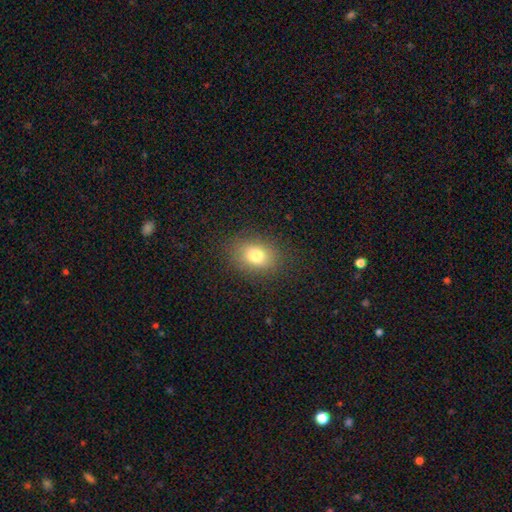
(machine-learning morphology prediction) This is likely a smooth galaxy (79%). How rounded: likely in between (65%). Merging: clearly none (85%).